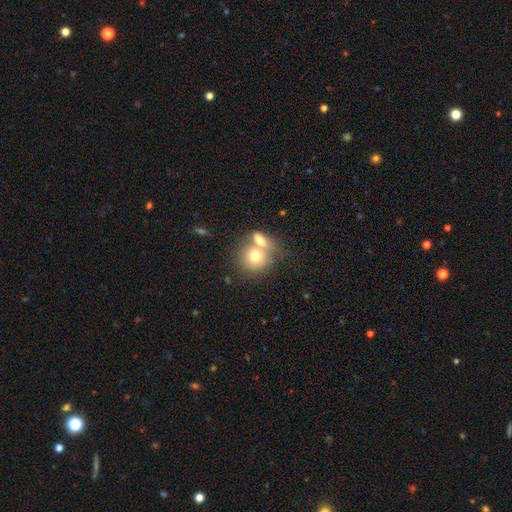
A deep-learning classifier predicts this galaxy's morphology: Overall: smooth (71%). How rounded: round (78%). Merging: merger (53%; none 34%).